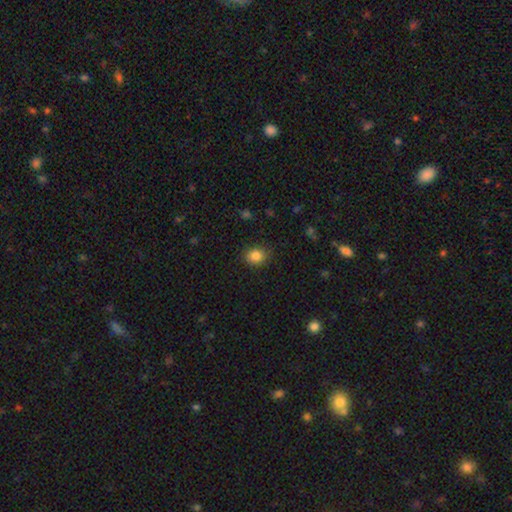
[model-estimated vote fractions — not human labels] The model was most divided on "how rounded": round: 56%, in between: 43%, cigar-shaped: 1%. More confident: smooth or featured — smooth (86%); merging — none (84%).